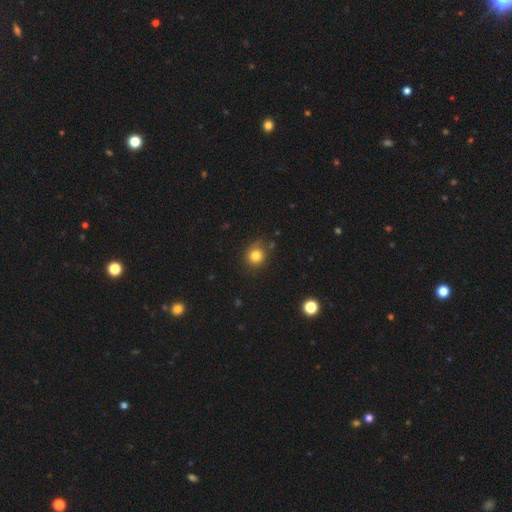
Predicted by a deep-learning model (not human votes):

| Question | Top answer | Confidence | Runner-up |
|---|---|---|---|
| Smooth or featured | smooth | 81% | star or artifact (12%) |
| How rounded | round | 82% | in between (17%) |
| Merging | none | 75% | minor disturbance (18%) |